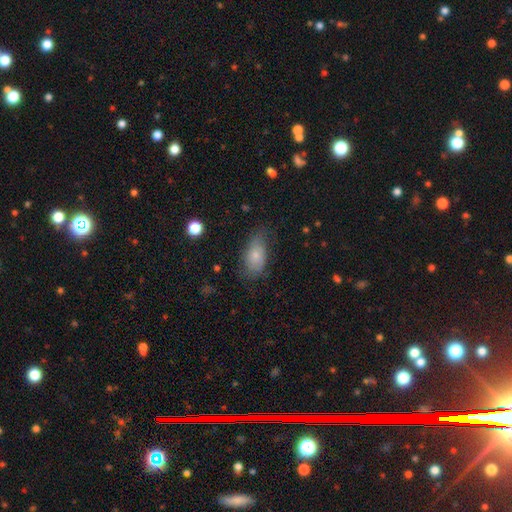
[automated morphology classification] A smooth galaxy with no disk features (67%) that is in between round and cigar-shaped (90%). Merging: none (57%).